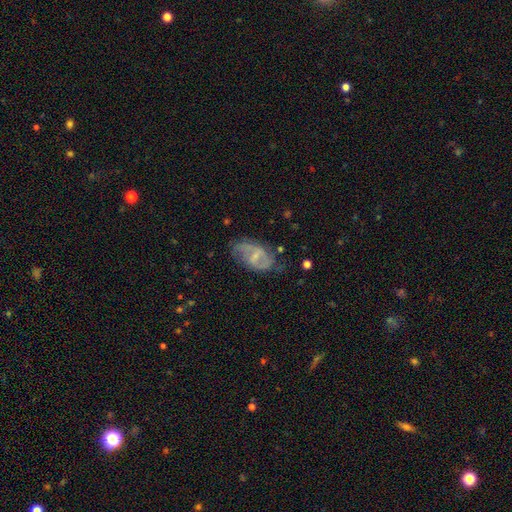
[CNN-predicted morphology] A featured or disk galaxy (69%) with a weak bar (50%), 2 (71%) medium (44%) spiral arms (77%) and a small central bulge (52%). Merging: none (58%).